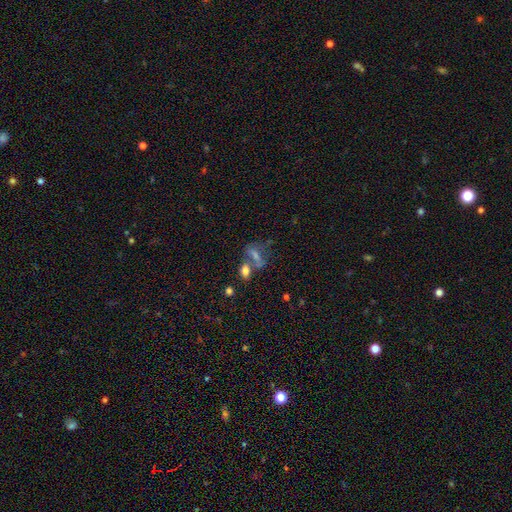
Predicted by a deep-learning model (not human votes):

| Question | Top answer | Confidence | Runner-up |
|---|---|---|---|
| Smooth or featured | smooth | 44% | featured or disk (31%) |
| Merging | none | 41% | merger (34%) |